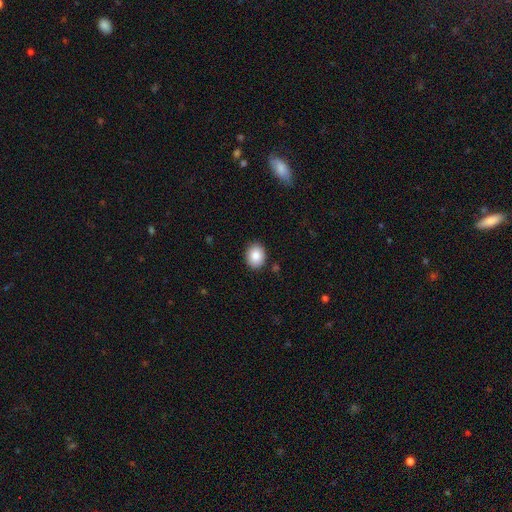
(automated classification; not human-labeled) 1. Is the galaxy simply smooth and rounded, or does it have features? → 86% smooth, 8% star or artifact, 6% featured or disk.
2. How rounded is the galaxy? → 50% in between, 49% round, 1% cigar-shaped.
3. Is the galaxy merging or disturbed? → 89% none, 8% minor disturbance, 2% major disturbance, 1% merger.